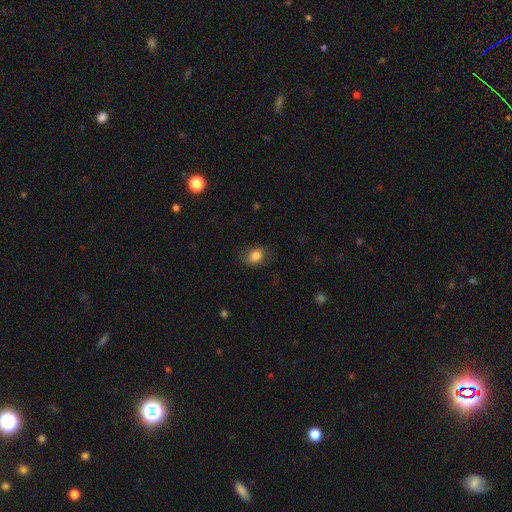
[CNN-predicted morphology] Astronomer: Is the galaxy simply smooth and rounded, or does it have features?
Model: smooth — 81%.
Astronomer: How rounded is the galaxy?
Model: in between — 79%.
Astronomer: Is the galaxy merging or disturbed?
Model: none — 72%.